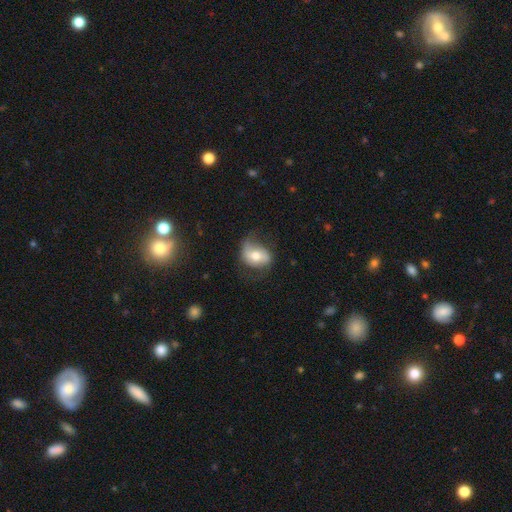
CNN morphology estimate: Smooth or featured?
  - smooth: 49% *
  - featured or disk: 44%
  - star or artifact: 8%
Merging?
  - none: 59% *
  - minor disturbance: 26%
  - major disturbance: 13%
  - merger: 2%